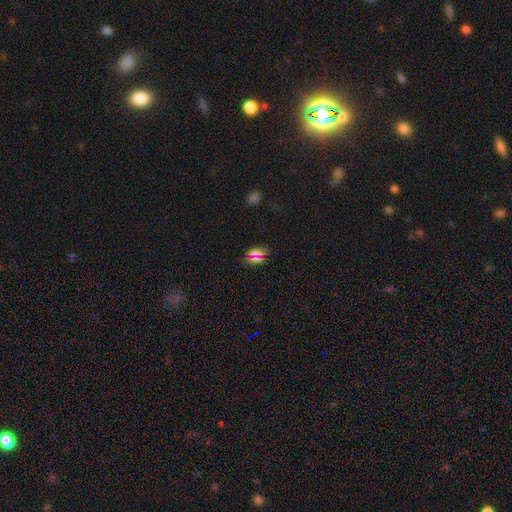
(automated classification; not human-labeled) Overall: smooth (67%). How rounded: in between (80%). Merging: none (84%).